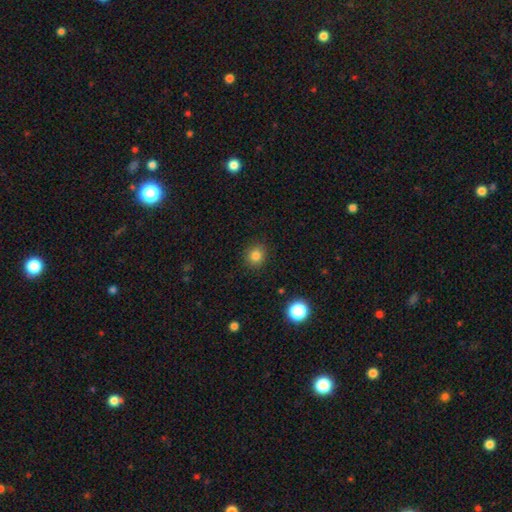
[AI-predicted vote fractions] smooth 82%, star or artifact 13%, featured or disk 5%. Down the decision tree: how rounded — round (84%); merging — none (89%).